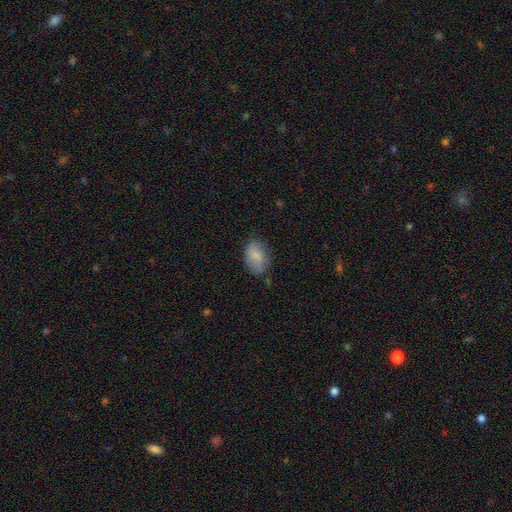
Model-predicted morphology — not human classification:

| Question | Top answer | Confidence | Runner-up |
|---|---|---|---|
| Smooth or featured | smooth | 79% | featured or disk (14%) |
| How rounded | in between | 85% | round (13%) |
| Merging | none | 69% | minor disturbance (23%) |